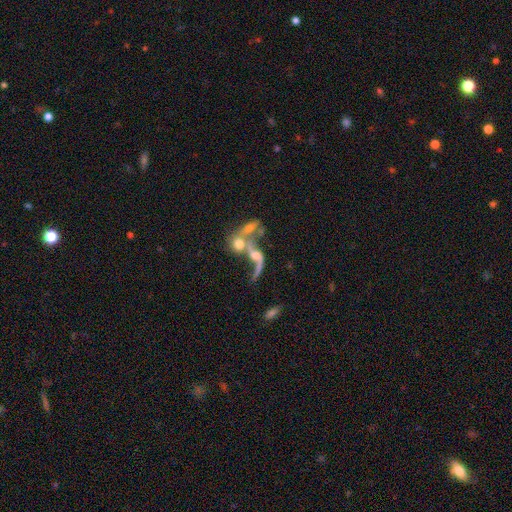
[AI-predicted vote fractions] Q: Smooth or featured?
A: featured or disk (70%); runner-up: smooth (18%)
Q: Edge-on disk?
A: no (93%); runner-up: yes (7%)
Q: Bar?
A: no (61%); runner-up: weak (29%)
Q: Spiral arms?
A: yes (72%); runner-up: no (28%)
Q: Bulge size?
A: moderate (33%); runner-up: small (29%)
Q: Merging?
A: merger (61%); runner-up: major disturbance (16%)